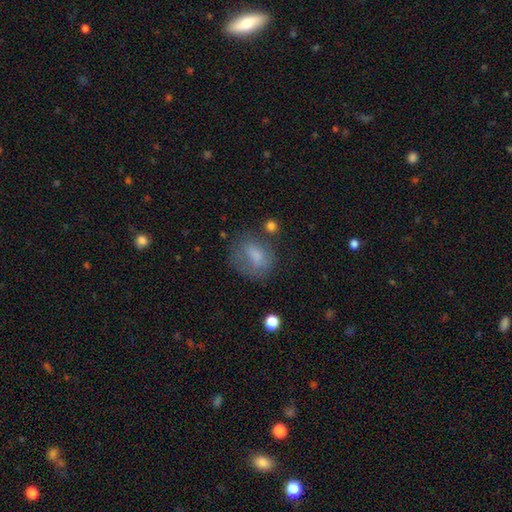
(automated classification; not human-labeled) smooth-or-featured: smooth: 70% | featured or disk: 19% | star or artifact: 11%
  how-rounded: in between: 53% | round: 45% | cigar-shaped: 2%
  merging: none: 52% | minor disturbance: 24% | major disturbance: 19% | merger: 5%